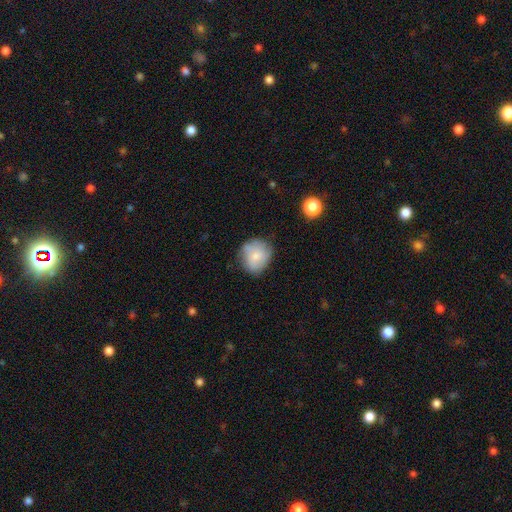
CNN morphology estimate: smooth-or-featured: smooth: 72% | featured or disk: 20% | star or artifact: 8%
  how-rounded: round: 80% | in between: 19% | cigar-shaped: 1%
  merging: none: 67% | minor disturbance: 24% | major disturbance: 6% | merger: 3%